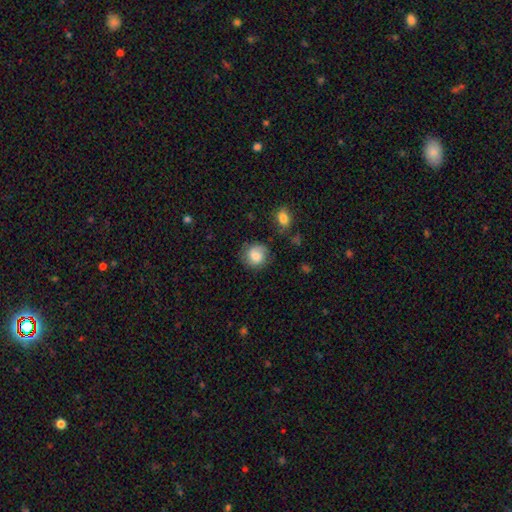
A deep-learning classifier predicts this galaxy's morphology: Smooth or featured?
  - smooth: 69% *
  - featured or disk: 23%
  - star or artifact: 9%
How rounded?
  - round: 81% *
  - in between: 18%
  - cigar-shaped: 1%
Merging?
  - none: 71% *
  - minor disturbance: 20%
  - major disturbance: 7%
  - merger: 3%